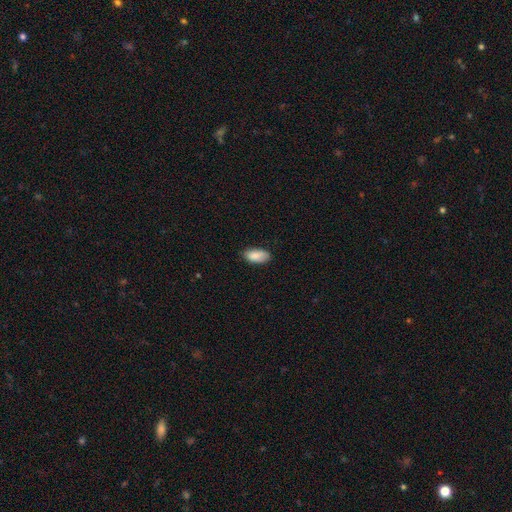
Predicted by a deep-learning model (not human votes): smooth-or-featured: smooth: 87% | star or artifact: 6% | featured or disk: 6%
  how-rounded: in between: 93% | cigar-shaped: 5% | round: 3%
  merging: none: 79% | minor disturbance: 18% | major disturbance: 2% | merger: 1%